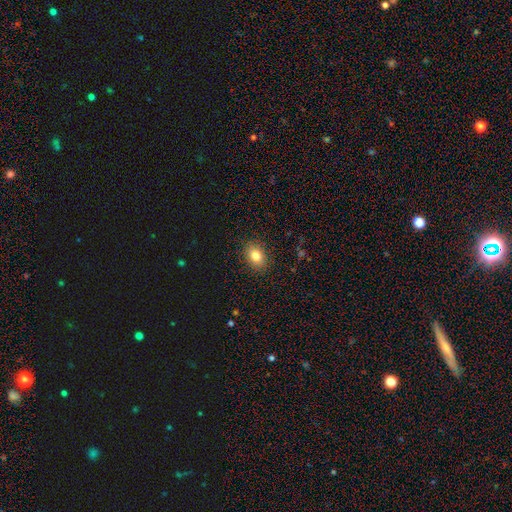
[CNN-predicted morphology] Q: Smooth or featured?
A: smooth (82%); runner-up: star or artifact (10%)
Q: How rounded?
A: in between (69%); runner-up: round (30%)
Q: Merging?
A: none (88%); runner-up: minor disturbance (8%)